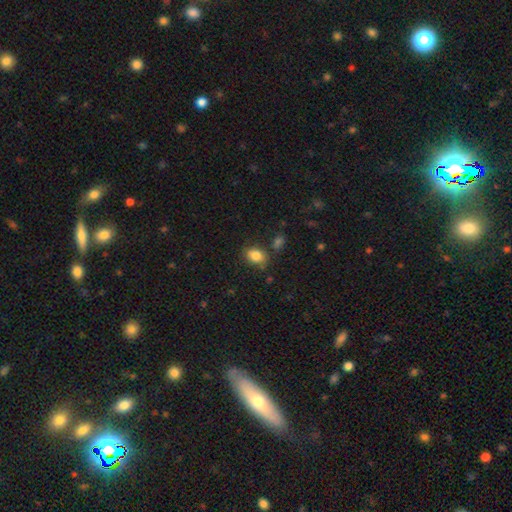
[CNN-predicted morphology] Smooth or featured: smooth — 84% (star or artifact — 9%)
How rounded: in between — 74% (round — 25%)
Merging: none — 77% (minor disturbance — 14%)